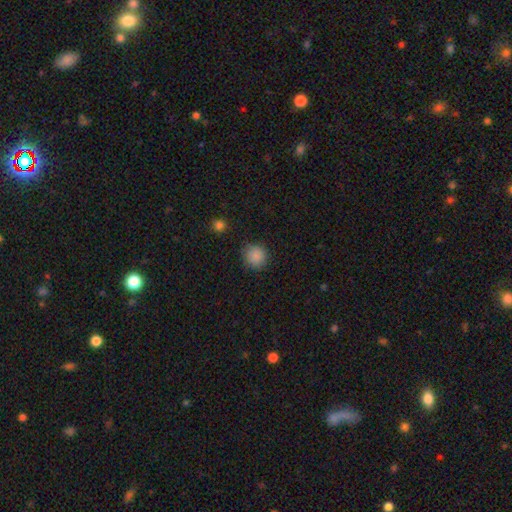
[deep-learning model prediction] Smooth or featured?
  - smooth: 87% *
  - star or artifact: 10%
  - featured or disk: 3%
How rounded?
  - round: 92% *
  - in between: 7%
  - cigar-shaped: 1%
Merging?
  - none: 87% *
  - minor disturbance: 9%
  - major disturbance: 3%
  - merger: 1%